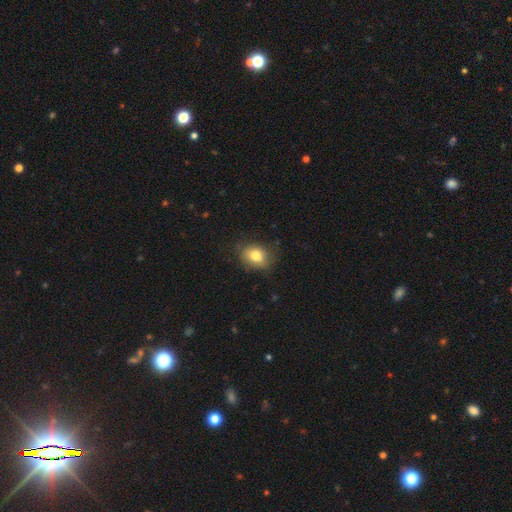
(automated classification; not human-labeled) Smooth or featured: smooth — 80% (featured or disk — 11%)
How rounded: in between — 55% (round — 44%)
Merging: none — 73% (minor disturbance — 20%)